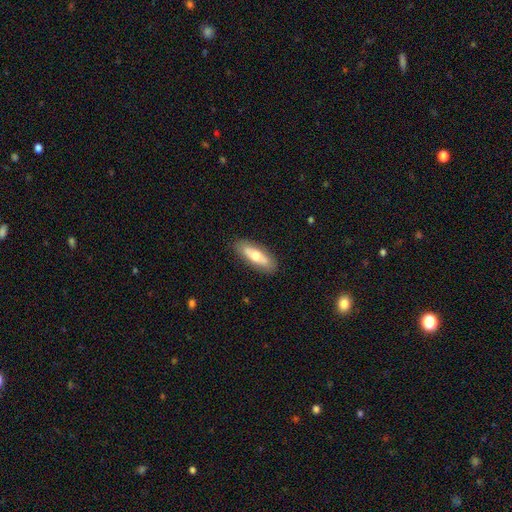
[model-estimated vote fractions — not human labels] Morphology: type=smooth (56%); roundness=in between (60%); merging=none (85%).